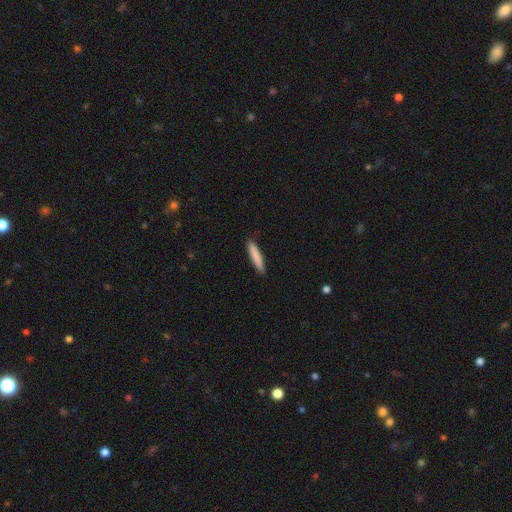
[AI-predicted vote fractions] This appears to be a smooth galaxy with no disk features (84%) that is cigar-shaped (91%). Merging: none (90%).